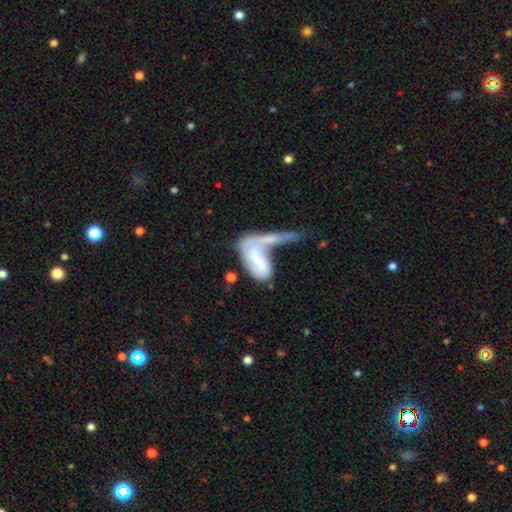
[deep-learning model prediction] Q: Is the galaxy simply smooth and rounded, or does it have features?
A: featured or disk — 52%.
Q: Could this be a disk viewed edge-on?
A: no — 92%.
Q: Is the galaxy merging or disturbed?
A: merger — 51%.